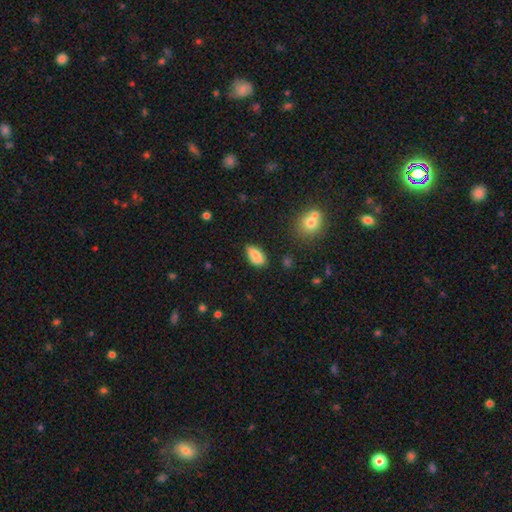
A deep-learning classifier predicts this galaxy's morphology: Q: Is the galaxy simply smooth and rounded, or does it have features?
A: smooth — 84%.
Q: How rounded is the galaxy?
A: in between — 90%.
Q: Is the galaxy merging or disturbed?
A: none — 78%.